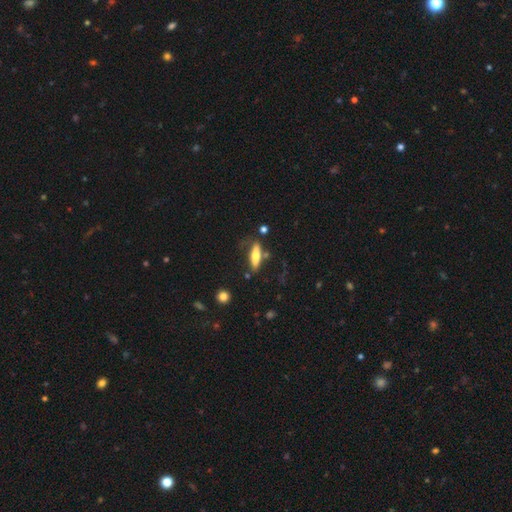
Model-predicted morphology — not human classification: A smooth galaxy with no disk features (62%) that is cigar-shaped (61%).

Vote fractions:
- Smooth or featured? smooth: 62% / featured or disk: 31% / star or artifact: 6%
- How rounded? cigar-shaped: 61% / in between: 36% / round: 2%
- Merging? none: 65% / minor disturbance: 20% / major disturbance: 8% / merger: 6%